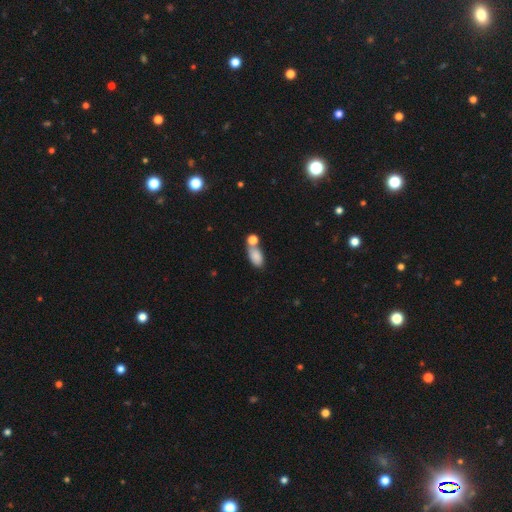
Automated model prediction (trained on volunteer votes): A smooth galaxy with no disk features (84%) that is in between round and cigar-shaped (90%).

Vote fractions:
- Smooth or featured? smooth: 84% / star or artifact: 8% / featured or disk: 8%
- How rounded? in between: 90% / round: 7% / cigar-shaped: 4%
- Merging? none: 44% / merger: 36% / minor disturbance: 14% / major disturbance: 6%